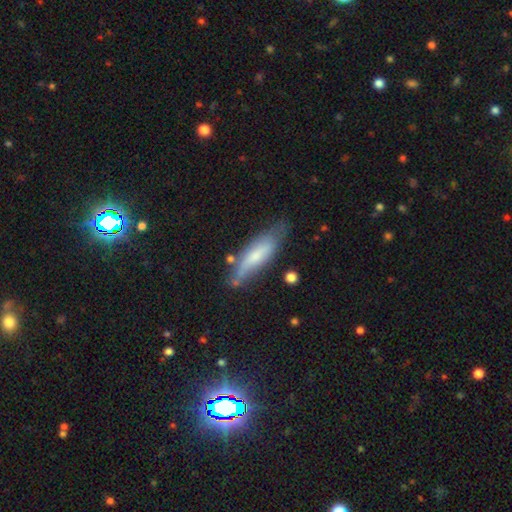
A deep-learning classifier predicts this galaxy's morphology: smooth 58%, featured or disk 36%, star or artifact 6%. Down the decision tree: how rounded — cigar-shaped (62%); merging — none (60%).